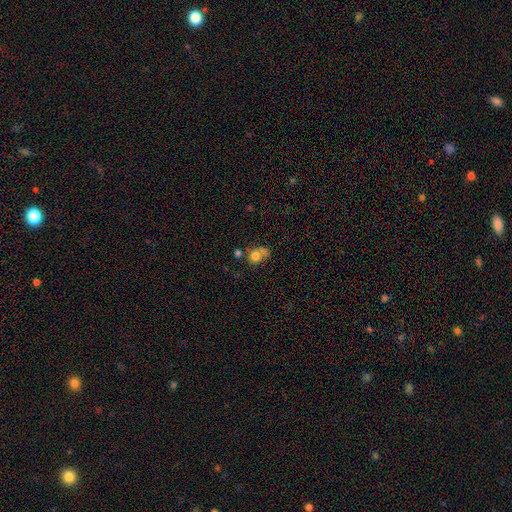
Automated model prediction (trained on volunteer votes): A smooth galaxy with no disk features (73%) that is round (73%). Merging: none (38%).